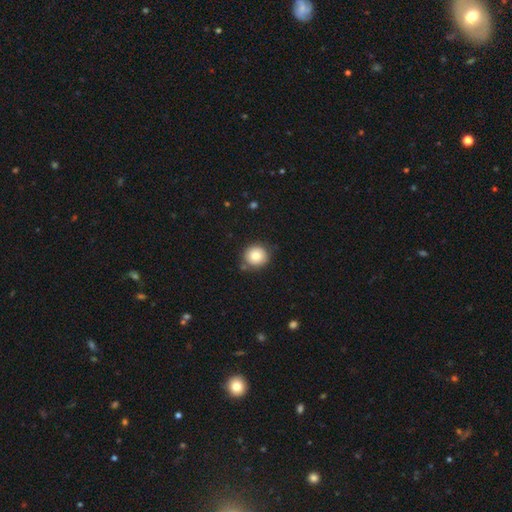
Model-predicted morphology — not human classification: Smooth or featured?
  - smooth: 80% *
  - featured or disk: 12%
  - star or artifact: 9%
How rounded?
  - round: 92% *
  - in between: 7%
  - cigar-shaped: 1%
Merging?
  - none: 80% *
  - minor disturbance: 13%
  - merger: 4%
  - major disturbance: 3%